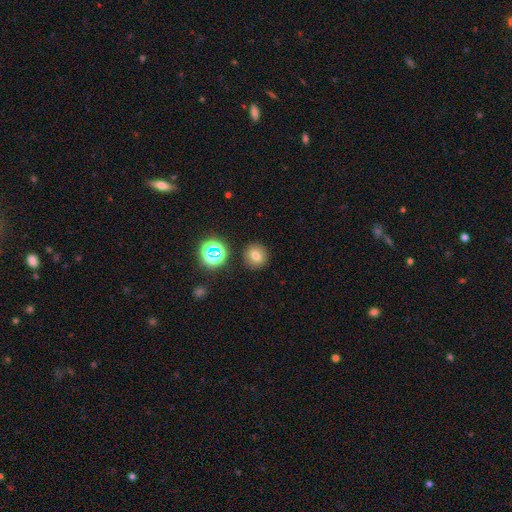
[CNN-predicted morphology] A smooth galaxy with no disk features (71%) that is round (82%). Merging: none (87%).